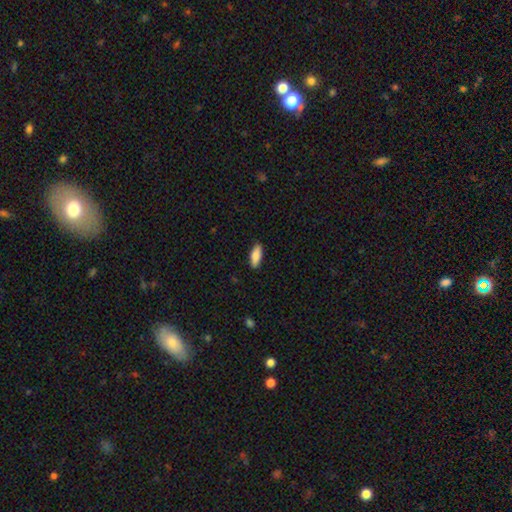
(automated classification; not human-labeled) Smooth or featured? Predicted: smooth (p=0.87). How rounded? Predicted: in between (p=0.74). Merging? Predicted: none (p=0.88).